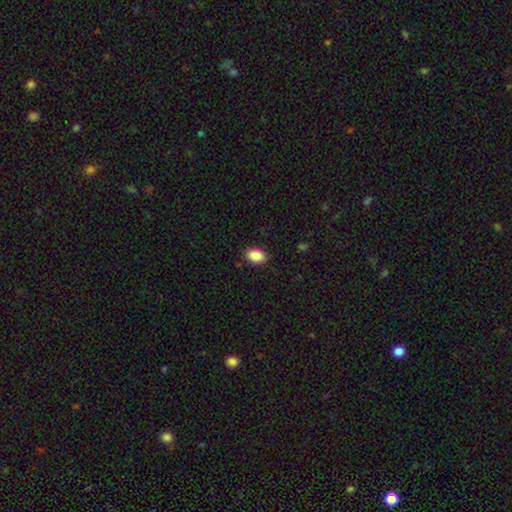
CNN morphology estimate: Smooth or featured? smooth (89%)
How rounded? in between (86%)
Merging? none (87%)